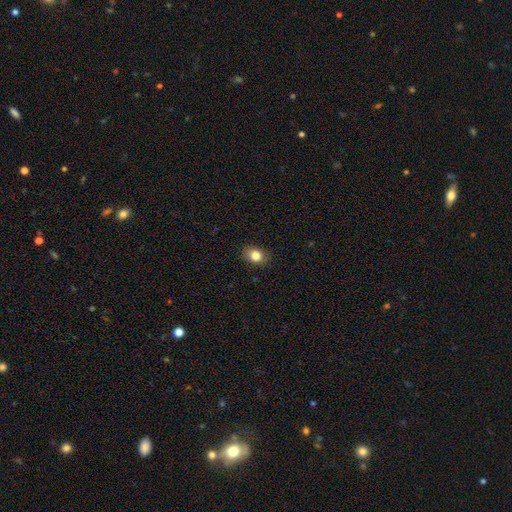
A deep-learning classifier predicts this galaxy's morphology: Smooth or featured? Predicted: smooth (p=0.83). How rounded? Predicted: in between (p=0.58). Merging? Predicted: none (p=0.85).